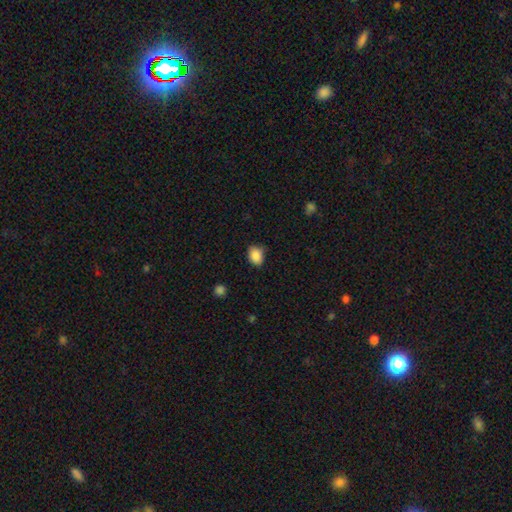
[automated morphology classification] A smooth galaxy with no disk features (87%) that is in between round and cigar-shaped (59%). Merging: none (77%).